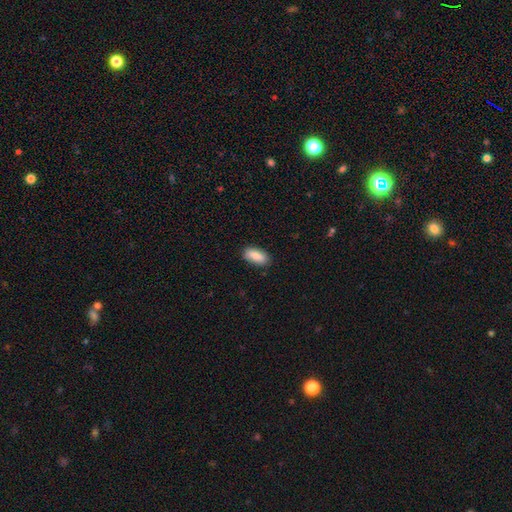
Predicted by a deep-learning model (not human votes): This appears to be a smooth galaxy with no disk features (87%) that is in between round and cigar-shaped (89%). Merging: none (87%).